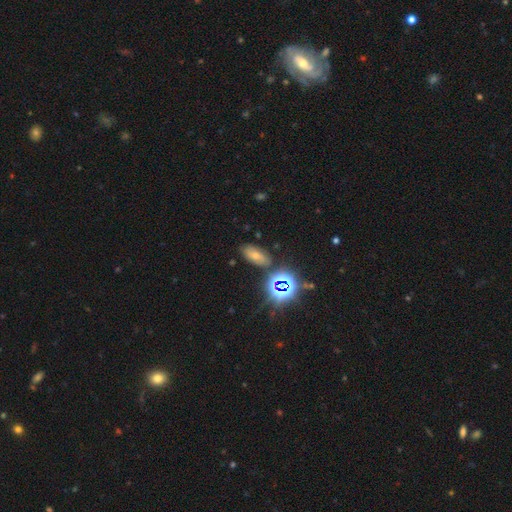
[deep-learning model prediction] The model was most divided on "smooth or featured": smooth: 51%, star or artifact: 31%, featured or disk: 18%. More confident: how rounded — in between (85%); merging — none (78%).